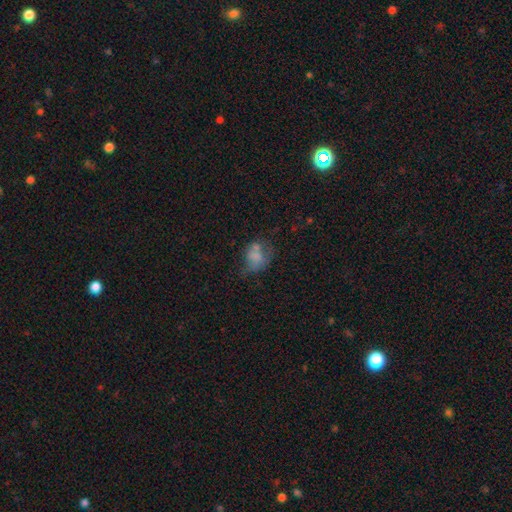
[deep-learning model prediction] smooth_or_featured: smooth (p=0.61) [alt: featured or disk p=0.27]
how_rounded: in between (p=0.60) [alt: round p=0.39]
merging: none (p=0.32) [alt: minor disturbance p=0.25]